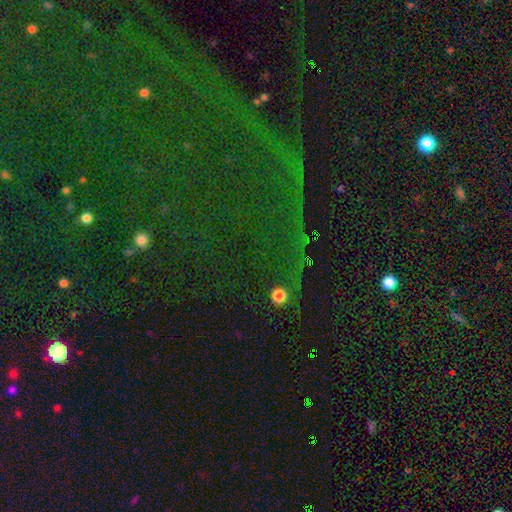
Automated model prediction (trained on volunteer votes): Smooth or featured? star or artifact (83%)